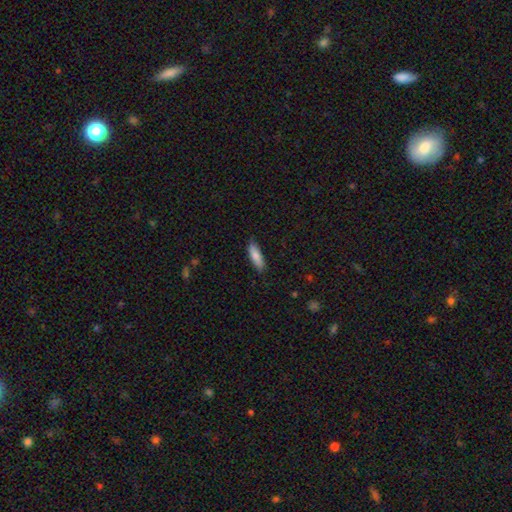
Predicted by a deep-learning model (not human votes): Smooth or featured?
  - smooth: 83% *
  - featured or disk: 11%
  - star or artifact: 6%
How rounded?
  - cigar-shaped: 55% *
  - in between: 44%
  - round: 2%
Merging?
  - none: 85% *
  - minor disturbance: 12%
  - major disturbance: 2%
  - merger: 1%